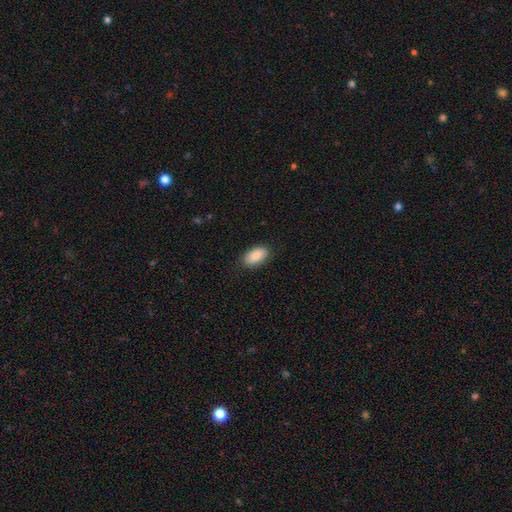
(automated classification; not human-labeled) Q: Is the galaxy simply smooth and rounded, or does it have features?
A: smooth — 88%.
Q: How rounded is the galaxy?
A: in between — 93%.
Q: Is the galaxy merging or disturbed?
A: none — 86%.